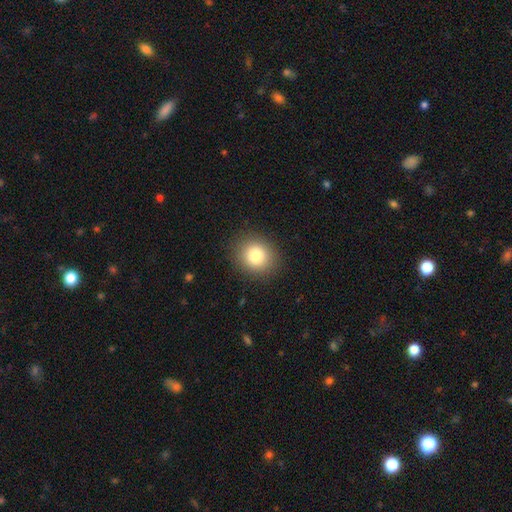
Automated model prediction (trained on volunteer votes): A smooth galaxy with no disk features (81%) that is round (77%).

Vote fractions:
- Smooth or featured? smooth: 81% / star or artifact: 11% / featured or disk: 8%
- How rounded? round: 77% / in between: 23% / cigar-shaped: 1%
- Merging? none: 90% / minor disturbance: 7% / major disturbance: 2% / merger: 1%